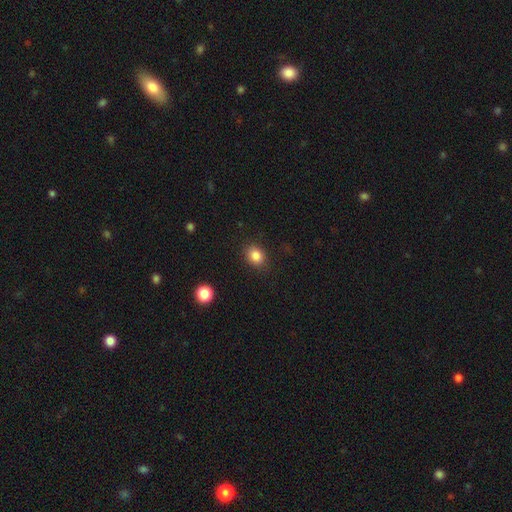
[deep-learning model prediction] Q: Smooth or featured?
A: smooth (85%); runner-up: star or artifact (10%)
Q: How rounded?
A: in between (50%); runner-up: round (49%)
Q: Merging?
A: none (85%); runner-up: minor disturbance (11%)